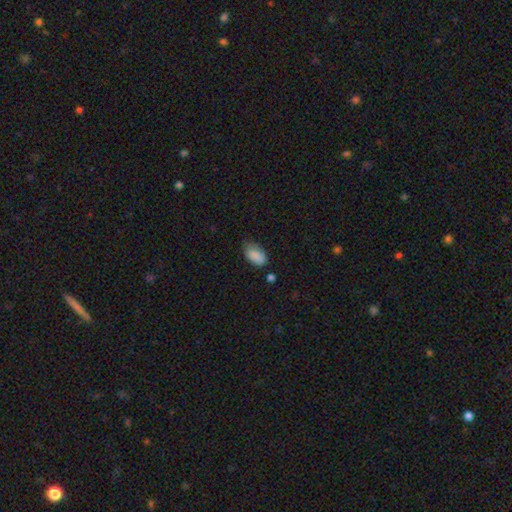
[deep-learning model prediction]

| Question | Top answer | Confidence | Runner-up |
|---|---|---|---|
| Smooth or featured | smooth | 87% | star or artifact (7%) |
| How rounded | in between | 93% | round (6%) |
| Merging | none | 60% | minor disturbance (31%) |